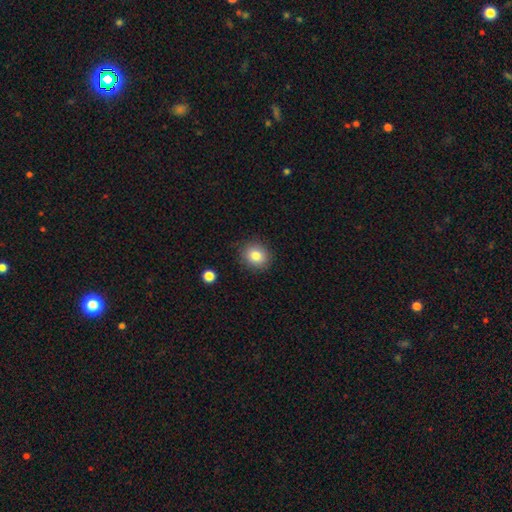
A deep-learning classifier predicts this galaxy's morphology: Smooth or featured: smooth — 82% (star or artifact — 10%)
How rounded: round — 73% (in between — 26%)
Merging: none — 88% (minor disturbance — 9%)